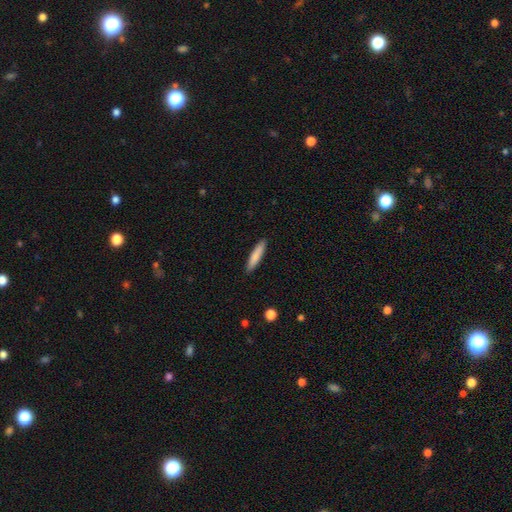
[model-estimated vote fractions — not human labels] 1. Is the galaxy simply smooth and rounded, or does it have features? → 81% smooth, 13% featured or disk, 6% star or artifact.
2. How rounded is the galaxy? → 88% cigar-shaped, 11% in between, 1% round.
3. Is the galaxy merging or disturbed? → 90% none, 7% minor disturbance, 1% major disturbance, 1% merger.